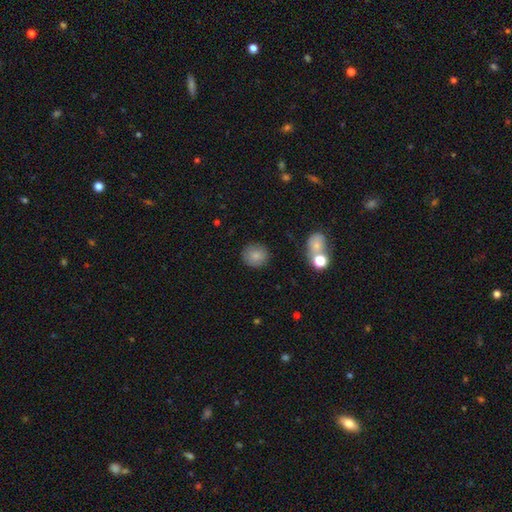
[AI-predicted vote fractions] This appears to be a smooth galaxy with no disk features (84%) that is round (88%). Merging: none (87%).